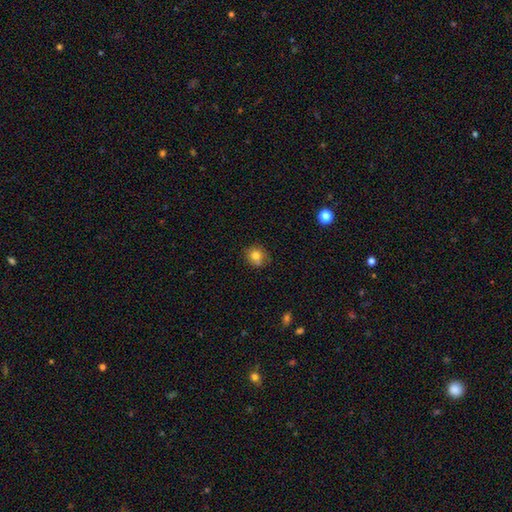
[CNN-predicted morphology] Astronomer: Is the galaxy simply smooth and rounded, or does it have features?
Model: smooth — 79%.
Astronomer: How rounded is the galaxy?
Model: round — 83%.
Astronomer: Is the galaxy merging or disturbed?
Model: none — 68%.